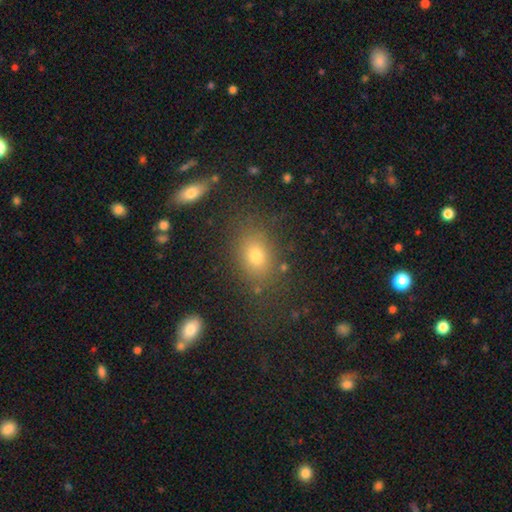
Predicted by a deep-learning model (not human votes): smooth_or_featured: smooth (p=0.72) [alt: star or artifact p=0.16]
how_rounded: in between (p=0.68) [alt: round p=0.30]
merging: none (p=0.78) [alt: minor disturbance p=0.13]